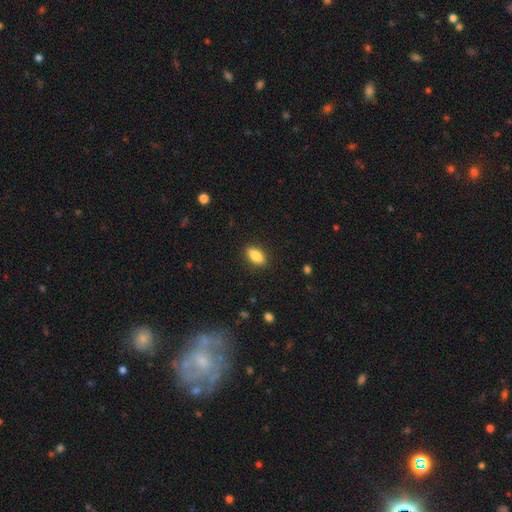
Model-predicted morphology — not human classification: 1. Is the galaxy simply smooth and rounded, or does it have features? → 86% smooth, 7% star or artifact, 7% featured or disk.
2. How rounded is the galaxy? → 84% in between, 12% cigar-shaped, 4% round.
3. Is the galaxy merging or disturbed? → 88% none, 8% minor disturbance, 2% major disturbance, 1% merger.